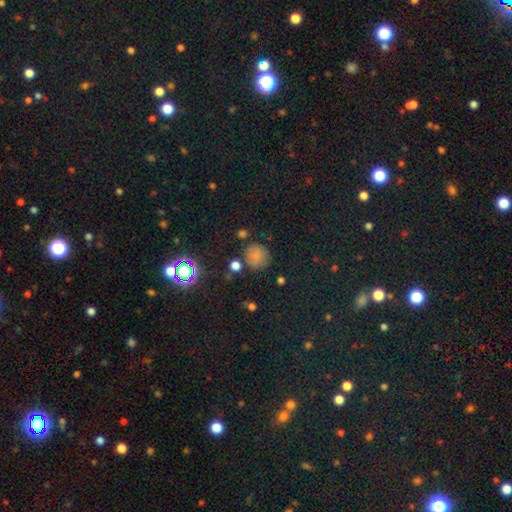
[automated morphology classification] Smooth or featured? Predicted: smooth (p=0.70). How rounded? Predicted: round (p=0.86). Merging? Predicted: none (p=0.74).